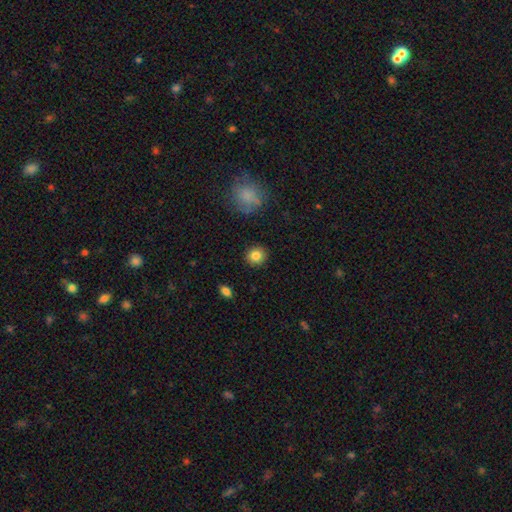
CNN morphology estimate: A smooth galaxy with no disk features (85%) that is round (90%). Merging: none (91%).